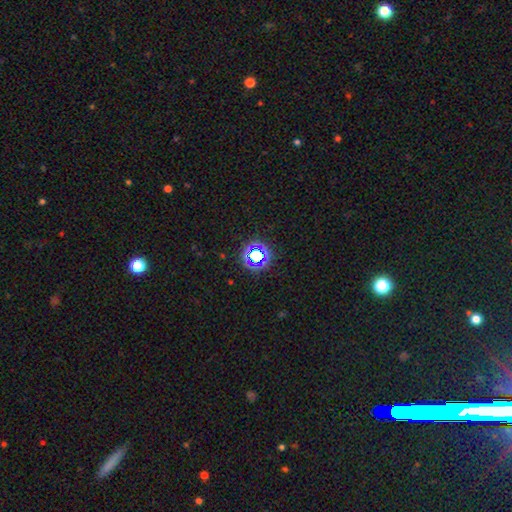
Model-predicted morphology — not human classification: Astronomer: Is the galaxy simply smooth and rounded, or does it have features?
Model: star or artifact — 66%.